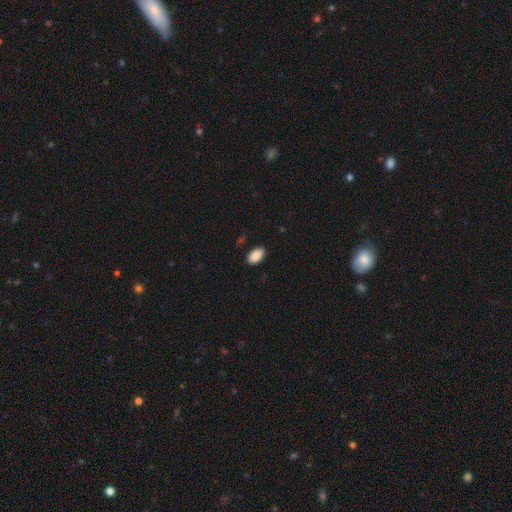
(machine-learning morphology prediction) A smooth galaxy with no disk features (90%) that is in between round and cigar-shaped (94%).

Vote fractions:
- Smooth or featured? smooth: 90% / star or artifact: 7% / featured or disk: 3%
- How rounded? in between: 94% / round: 4% / cigar-shaped: 1%
- Merging? none: 88% / minor disturbance: 9% / major disturbance: 2% / merger: 1%